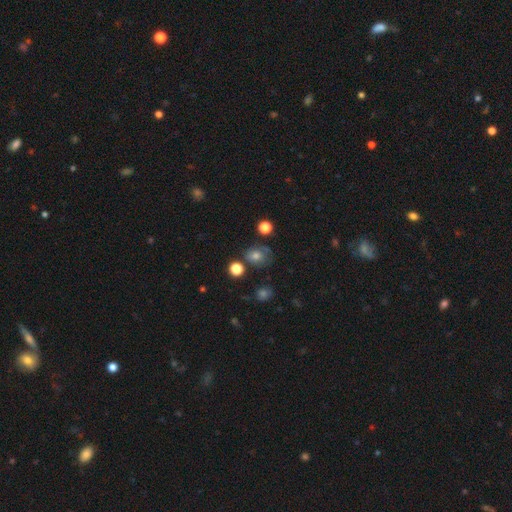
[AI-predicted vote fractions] Smooth or featured? Predicted: smooth (p=0.68). How rounded? Predicted: round (p=0.64). Merging? Predicted: none (p=0.61).